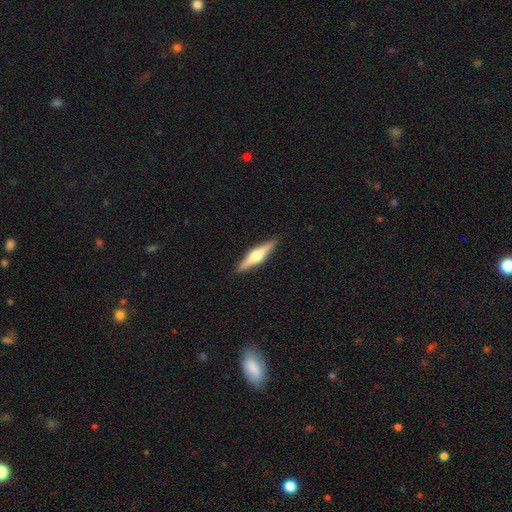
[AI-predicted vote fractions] Smooth or featured? featured or disk (68%)
Edge-on disk? yes (98%)
Edge-on bulge? rounded (90%)
Merging? none (91%)